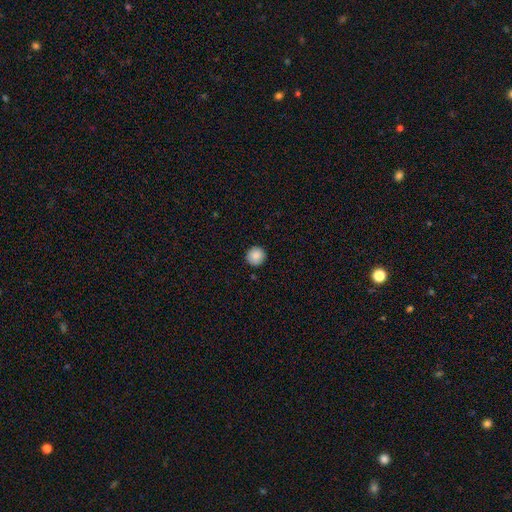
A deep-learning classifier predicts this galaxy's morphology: This appears to be a smooth galaxy with no disk features (88%) that is round (94%). Merging: none (92%).